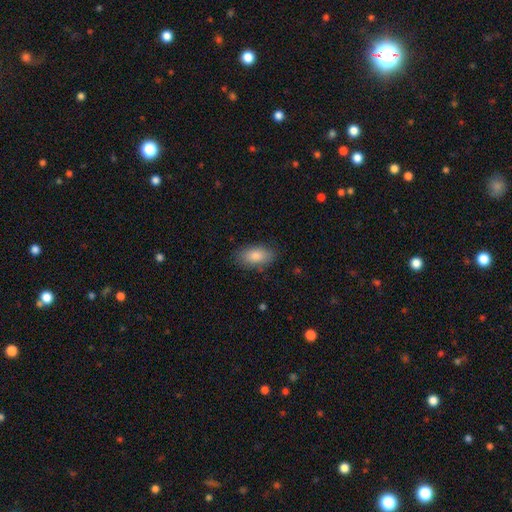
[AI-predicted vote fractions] This appears to be a smooth galaxy with no disk features (84%) that is in between round and cigar-shaped (92%). Merging: none (85%).